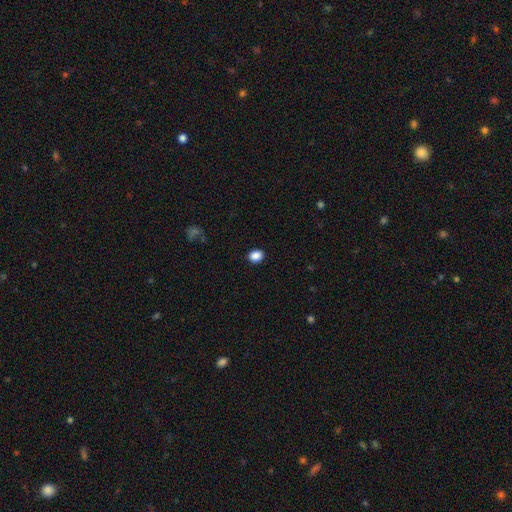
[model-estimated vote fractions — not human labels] Smooth or featured: smooth — 88% (star or artifact — 9%)
How rounded: in between — 51% (round — 48%)
Merging: none — 90% (minor disturbance — 7%)